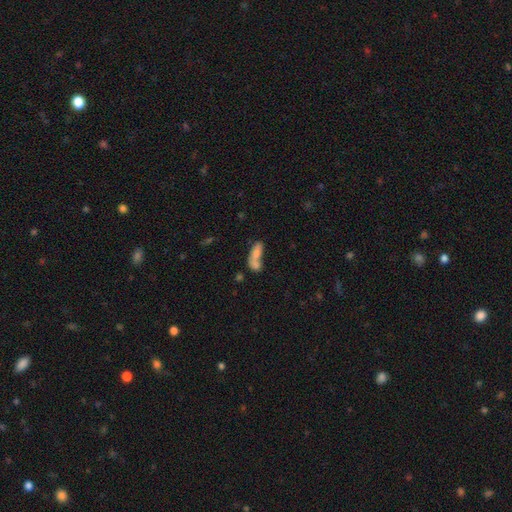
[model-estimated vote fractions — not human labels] smooth 72%, featured or disk 18%, star or artifact 10%. Down the decision tree: how rounded — in between (69%); merging — merger (59%).